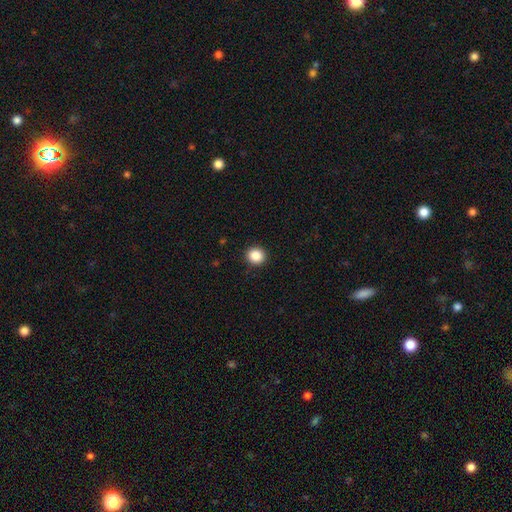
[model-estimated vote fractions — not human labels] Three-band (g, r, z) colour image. It shows a smooth galaxy with no disk features (87%) that is round (89%). Merging: none (92%).